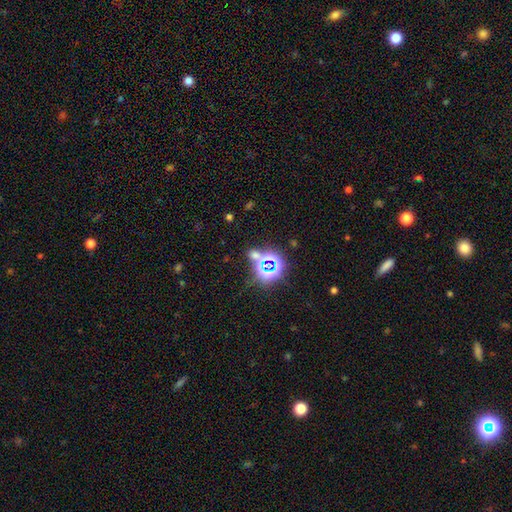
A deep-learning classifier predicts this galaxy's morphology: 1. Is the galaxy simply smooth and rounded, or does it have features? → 57% star or artifact, 35% smooth, 8% featured or disk.